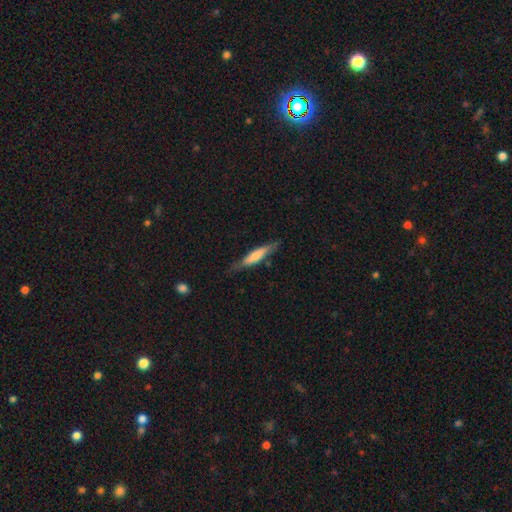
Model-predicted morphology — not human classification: The model was most divided on "smooth or featured": smooth: 62%, featured or disk: 32%, star or artifact: 5%. More confident: how rounded — cigar-shaped (83%); merging — none (72%).